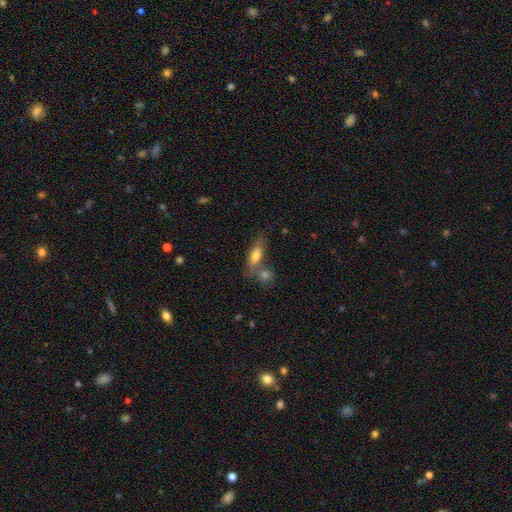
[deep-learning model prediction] The model was most divided on "merging": none: 49%, merger: 32%, minor disturbance: 14%, major disturbance: 5%. More confident: smooth or featured — smooth (72%); how rounded — in between (67%).